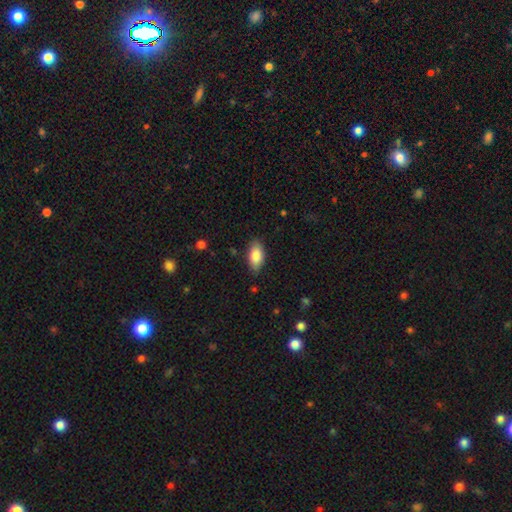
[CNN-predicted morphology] A smooth galaxy with no disk features (83%) that is in between round and cigar-shaped (91%). Merging: none (84%).